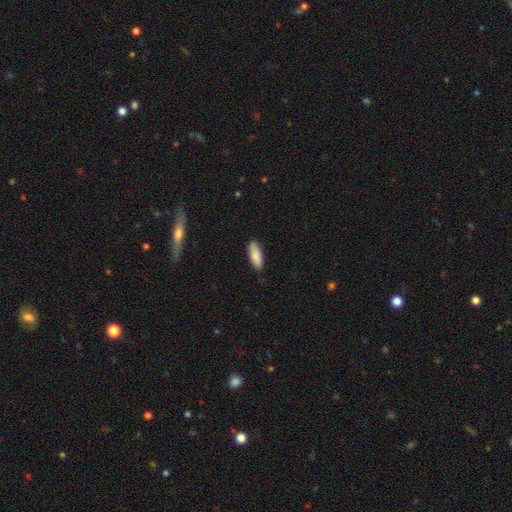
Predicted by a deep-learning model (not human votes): This appears to be a smooth galaxy with no disk features (86%) that is in between round and cigar-shaped (62%). Merging: none (86%).